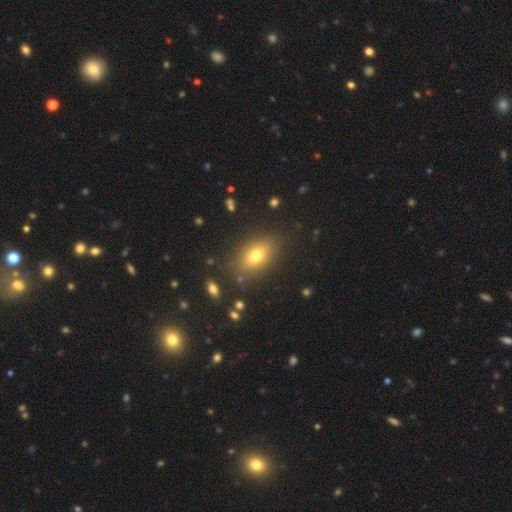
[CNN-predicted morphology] Smooth or featured? smooth (72%)
How rounded? in between (81%)
Merging? none (84%)